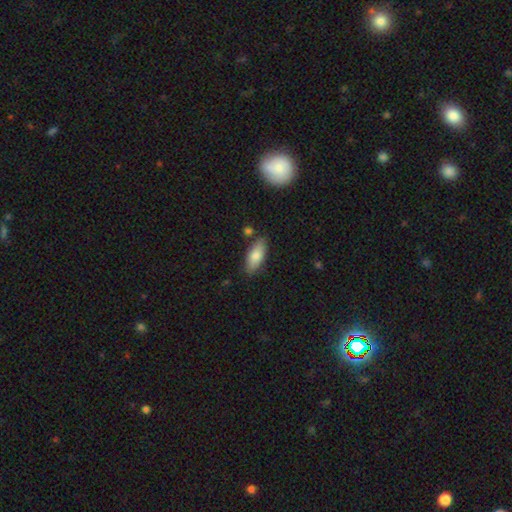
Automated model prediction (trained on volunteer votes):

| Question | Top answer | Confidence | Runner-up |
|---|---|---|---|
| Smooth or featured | smooth | 78% | featured or disk (15%) |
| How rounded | in between | 78% | cigar-shaped (20%) |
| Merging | none | 80% | minor disturbance (13%) |